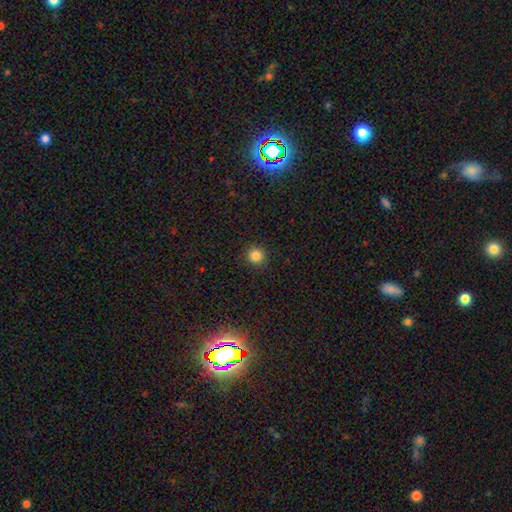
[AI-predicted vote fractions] A smooth galaxy with no disk features (84%) that is round (94%). Merging: none (92%).